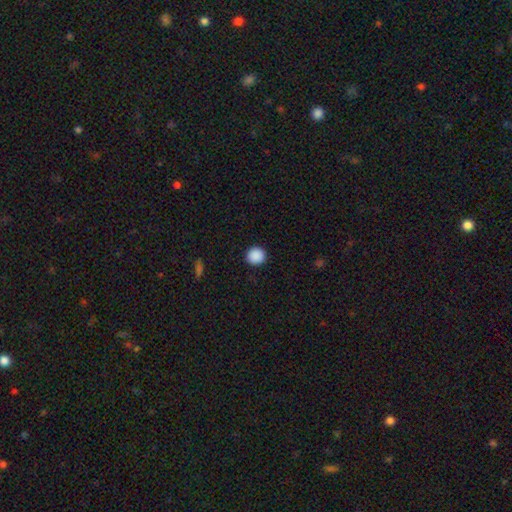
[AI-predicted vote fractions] Smooth or featured? smooth (90%)
How rounded? round (93%)
Merging? none (93%)